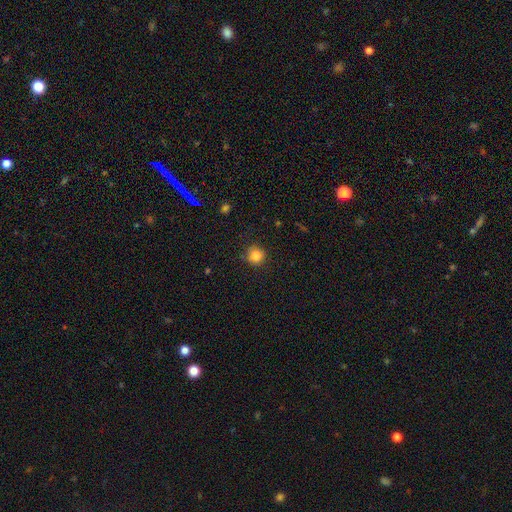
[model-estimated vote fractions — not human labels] smooth-or-featured: smooth: 83% | star or artifact: 11% | featured or disk: 6%
  how-rounded: round: 91% | in between: 8% | cigar-shaped: 1%
  merging: none: 83% | minor disturbance: 13% | major disturbance: 3% | merger: 1%